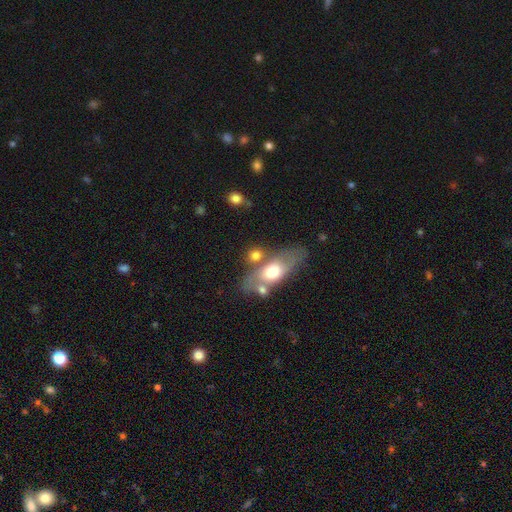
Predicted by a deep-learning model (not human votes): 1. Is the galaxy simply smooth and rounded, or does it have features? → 63% smooth, 29% featured or disk, 8% star or artifact.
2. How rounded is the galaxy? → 60% in between, 27% round, 13% cigar-shaped.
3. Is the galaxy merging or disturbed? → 47% none, 30% merger, 15% minor disturbance, 8% major disturbance.